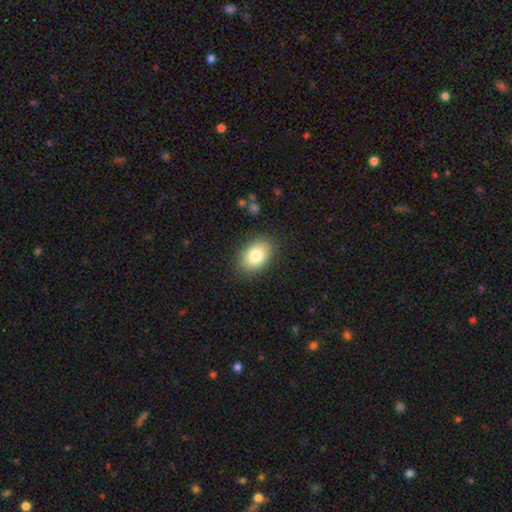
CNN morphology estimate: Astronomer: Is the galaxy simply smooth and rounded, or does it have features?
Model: smooth — 82%.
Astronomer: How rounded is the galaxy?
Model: in between — 86%.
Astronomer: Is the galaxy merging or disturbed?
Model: none — 86%.